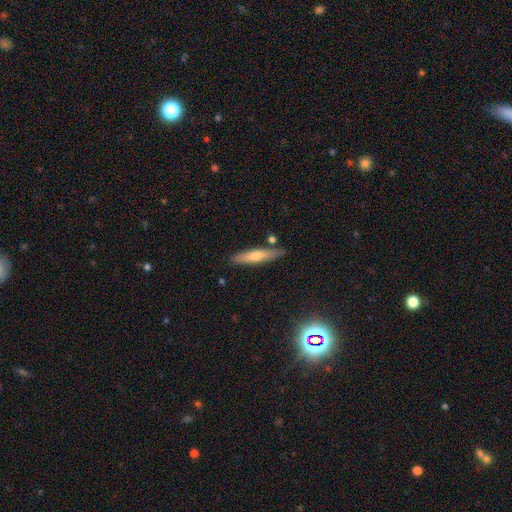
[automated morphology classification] A smooth galaxy with no disk features (58%) that is cigar-shaped (87%).

Vote fractions:
- Smooth or featured? smooth: 58% / featured or disk: 34% / star or artifact: 8%
- How rounded? cigar-shaped: 87% / in between: 12% / round: 2%
- Merging? none: 82% / minor disturbance: 12% / merger: 4% / major disturbance: 2%